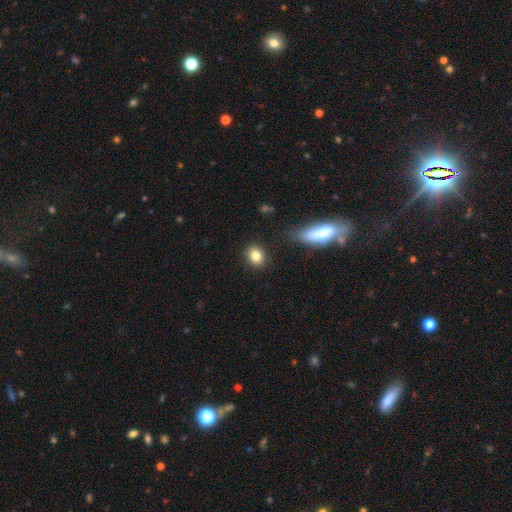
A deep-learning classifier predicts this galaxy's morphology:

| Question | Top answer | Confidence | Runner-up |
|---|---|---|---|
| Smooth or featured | smooth | 83% | star or artifact (9%) |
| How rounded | round | 63% | in between (36%) |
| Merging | none | 87% | minor disturbance (8%) |